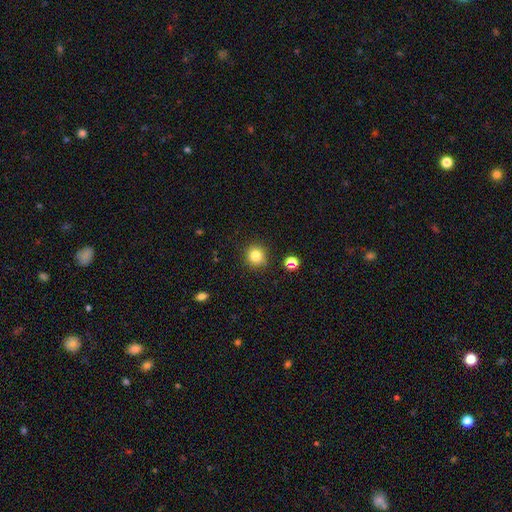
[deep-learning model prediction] The model was most divided on "smooth or featured": smooth: 80%, star or artifact: 13%, featured or disk: 6%. More confident: how rounded — round (91%); merging — none (88%).